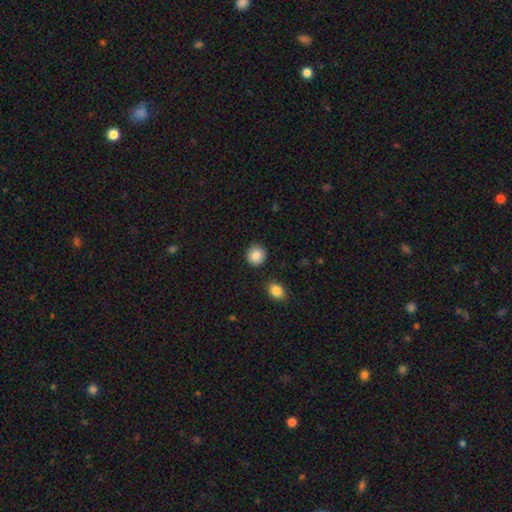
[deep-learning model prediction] smooth-or-featured: smooth: 87% | star or artifact: 8% | featured or disk: 5%
  how-rounded: round: 88% | in between: 11% | cigar-shaped: 1%
  merging: none: 89% | minor disturbance: 6% | merger: 2% | major disturbance: 2%